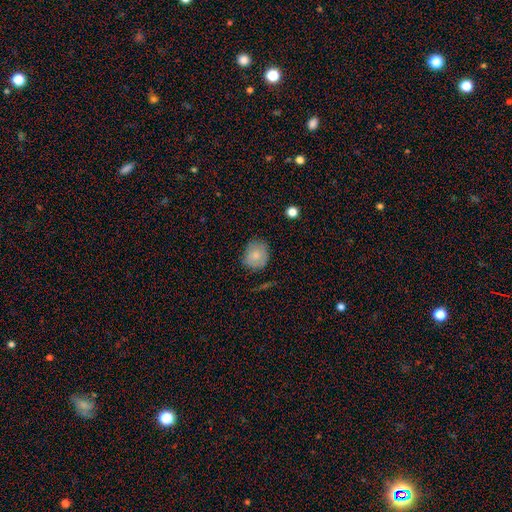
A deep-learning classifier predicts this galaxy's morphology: This appears to be a smooth galaxy with no disk features (81%) that is round (72%). Merging: none (73%).